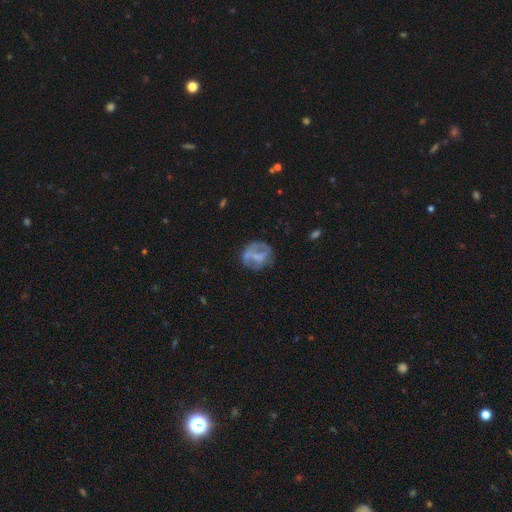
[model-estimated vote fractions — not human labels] The model was most divided on "smooth or featured": featured or disk: 52%, smooth: 38%, star or artifact: 10%. More confident: edge-on disk — no (96%); merging — none (56%).